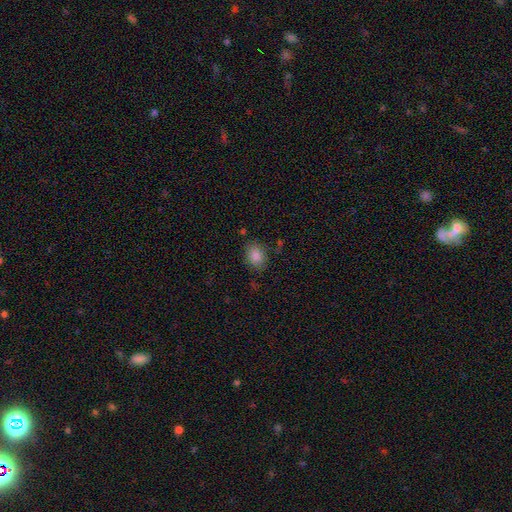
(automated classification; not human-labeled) The model was most divided on "how rounded": in between: 72%, round: 26%, cigar-shaped: 1%. More confident: smooth or featured — smooth (86%); merging — none (78%).